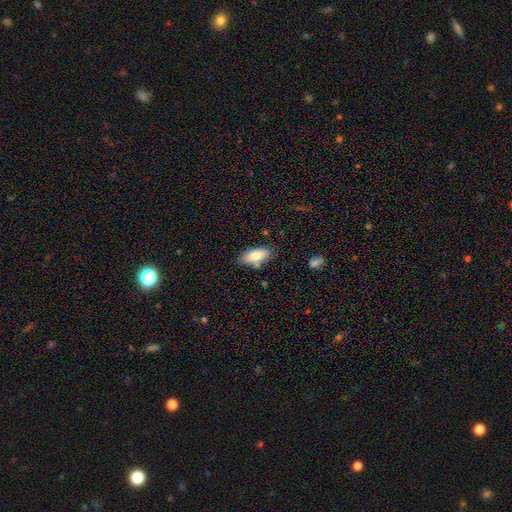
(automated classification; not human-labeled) This appears to be a smooth galaxy with no disk features (80%) that is in between round and cigar-shaped (88%). Merging: none (75%).